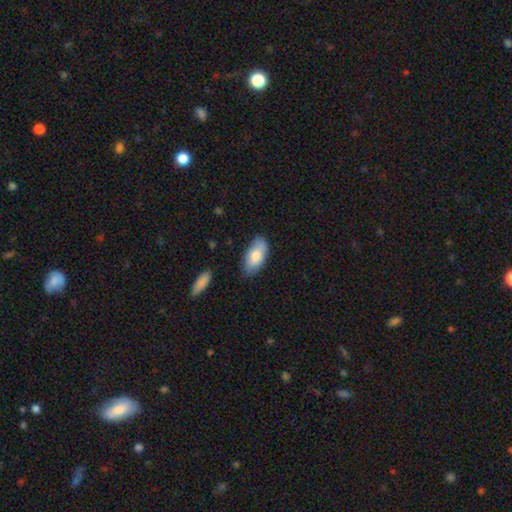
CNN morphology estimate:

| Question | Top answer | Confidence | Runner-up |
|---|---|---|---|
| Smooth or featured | smooth | 77% | featured or disk (17%) |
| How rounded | in between | 93% | cigar-shaped (4%) |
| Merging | none | 77% | minor disturbance (18%) |